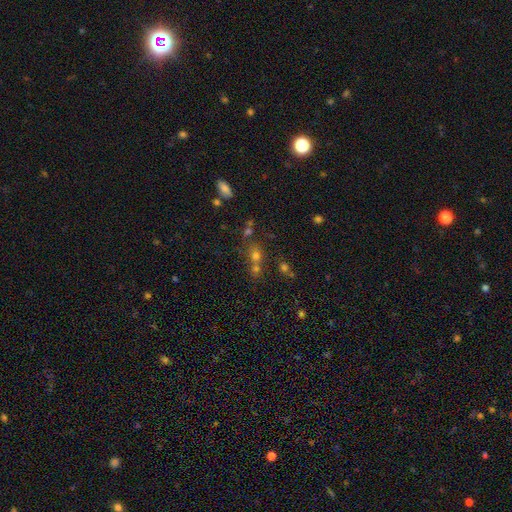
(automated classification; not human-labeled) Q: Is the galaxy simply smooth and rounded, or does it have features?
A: smooth — 56%.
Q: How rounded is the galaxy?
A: round — 73%.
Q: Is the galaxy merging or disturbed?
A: none — 47%.